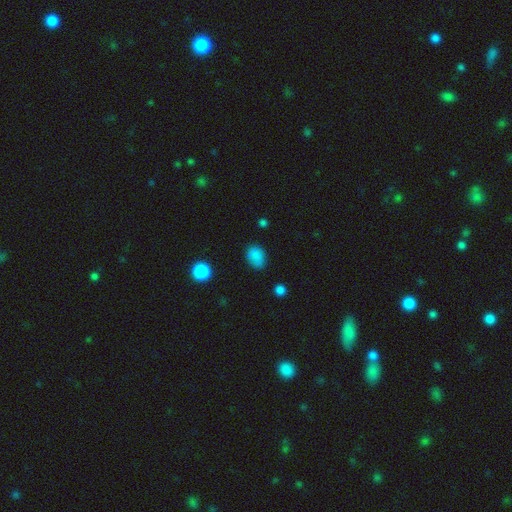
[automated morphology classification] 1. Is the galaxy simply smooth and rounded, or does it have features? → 83% smooth, 11% star or artifact, 6% featured or disk.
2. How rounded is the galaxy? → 72% in between, 27% round, 1% cigar-shaped.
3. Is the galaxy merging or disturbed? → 74% none, 19% minor disturbance, 5% major disturbance, 2% merger.